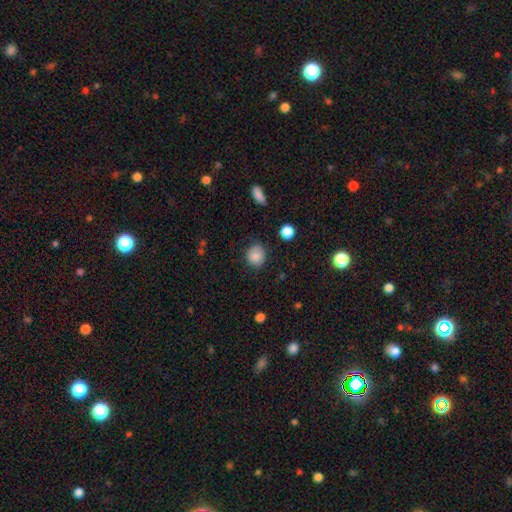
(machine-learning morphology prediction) A smooth galaxy with no disk features (86%) that is round (75%). Merging: none (79%).